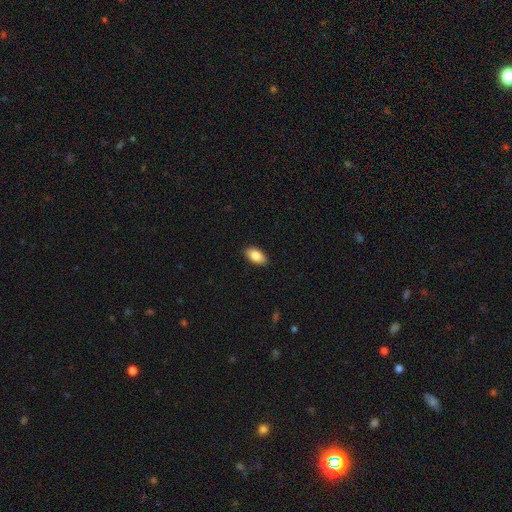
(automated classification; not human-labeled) Smooth or featured?
  - smooth: 85% *
  - featured or disk: 8%
  - star or artifact: 7%
How rounded?
  - in between: 93% *
  - cigar-shaped: 4%
  - round: 3%
Merging?
  - none: 89% *
  - minor disturbance: 8%
  - major disturbance: 2%
  - merger: 1%